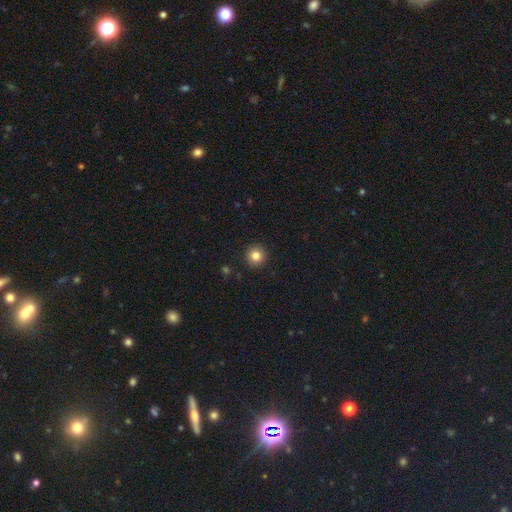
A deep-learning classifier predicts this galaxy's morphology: This appears to be a smooth galaxy with no disk features (83%) that is round (95%). Merging: none (92%).